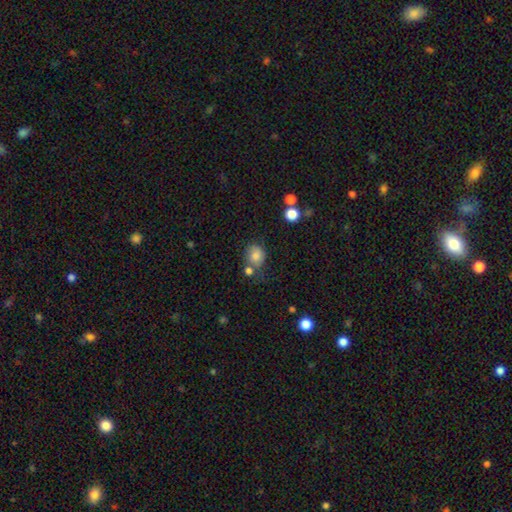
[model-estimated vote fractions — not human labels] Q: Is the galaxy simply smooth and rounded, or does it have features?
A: smooth — 81%.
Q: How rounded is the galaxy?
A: round — 70%.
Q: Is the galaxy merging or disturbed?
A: none — 56%.